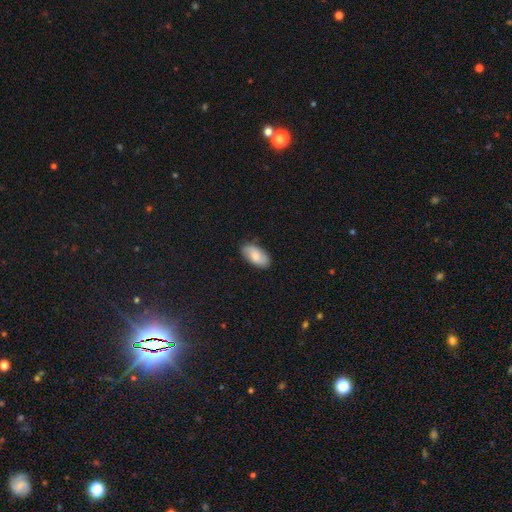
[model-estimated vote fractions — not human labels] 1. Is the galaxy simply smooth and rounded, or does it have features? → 71% smooth, 22% featured or disk, 7% star or artifact.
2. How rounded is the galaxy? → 94% in between, 4% cigar-shaped, 3% round.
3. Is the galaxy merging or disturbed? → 82% none, 14% minor disturbance, 3% major disturbance, 1% merger.